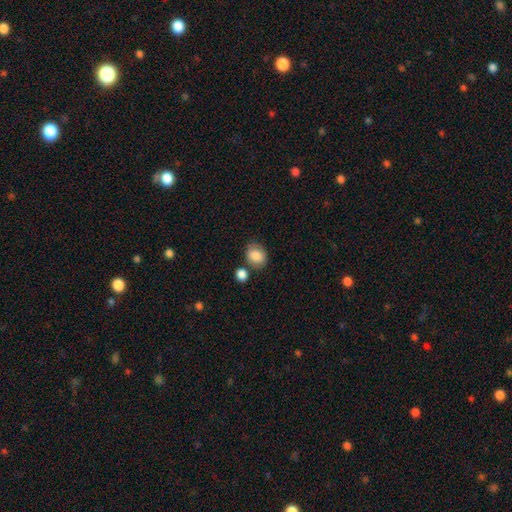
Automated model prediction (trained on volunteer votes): Smooth or featured?
  - smooth: 85% *
  - star or artifact: 8%
  - featured or disk: 7%
How rounded?
  - in between: 52% *
  - round: 47%
  - cigar-shaped: 1%
Merging?
  - none: 64% *
  - minor disturbance: 16%
  - merger: 15%
  - major disturbance: 5%